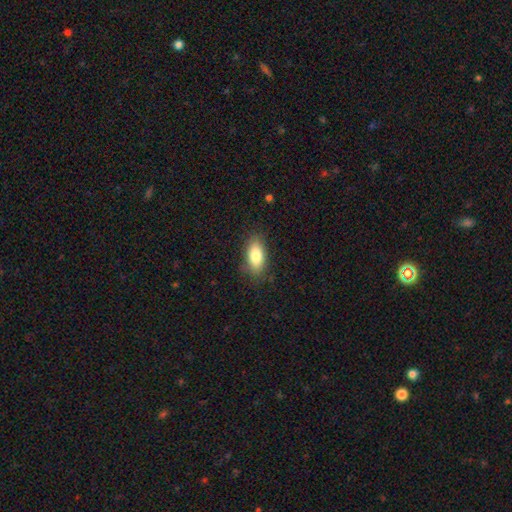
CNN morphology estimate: A smooth galaxy with no disk features (82%) that is in between round and cigar-shaped (87%). Merging: none (82%).